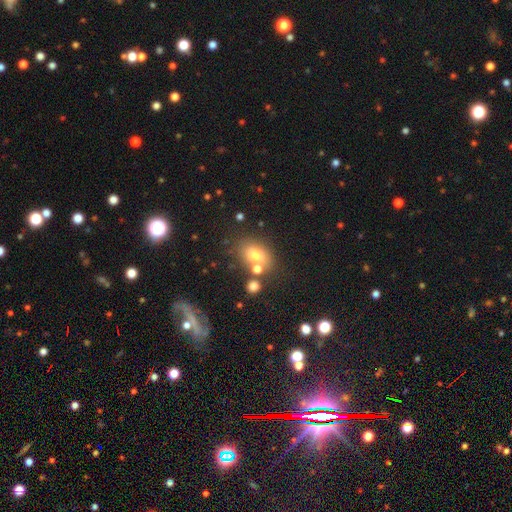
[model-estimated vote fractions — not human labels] Q: Smooth or featured?
A: smooth (73%); runner-up: featured or disk (14%)
Q: How rounded?
A: in between (70%); runner-up: round (28%)
Q: Merging?
A: none (62%); runner-up: merger (19%)